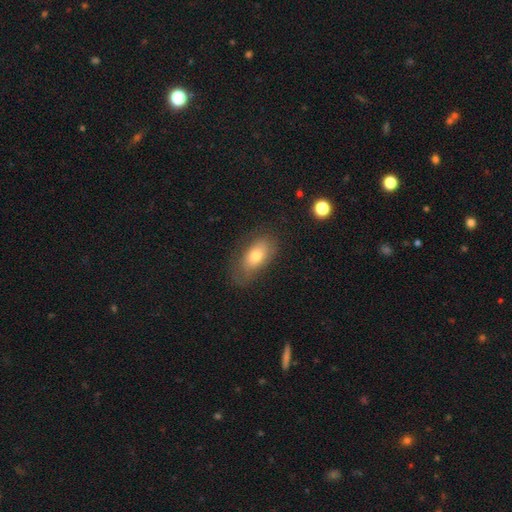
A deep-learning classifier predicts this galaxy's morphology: This is likely a smooth galaxy (69%). How rounded: clearly in between (89%). Merging: likely none (67%).